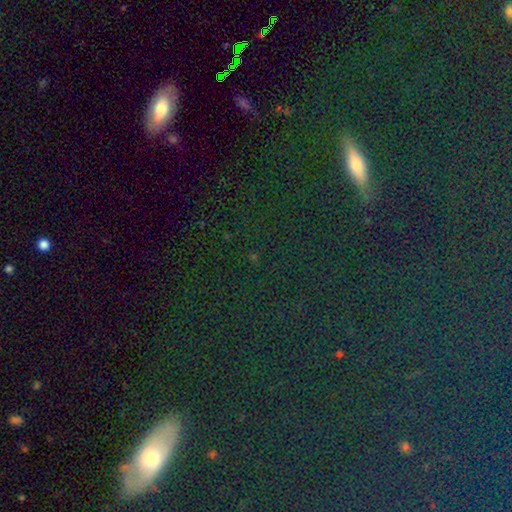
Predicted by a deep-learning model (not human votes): The model was most divided on "smooth or featured": star or artifact: 46%, smooth: 28%, featured or disk: 26%.